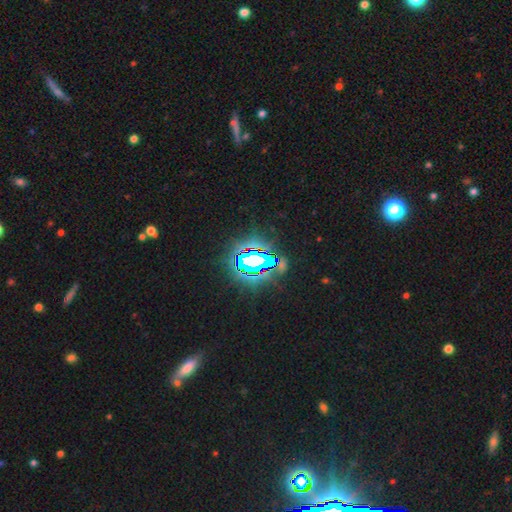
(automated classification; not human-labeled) A star or artifact, not a galaxy (77%).

Vote fractions:
- Smooth or featured? star or artifact: 77% / smooth: 12% / featured or disk: 11%